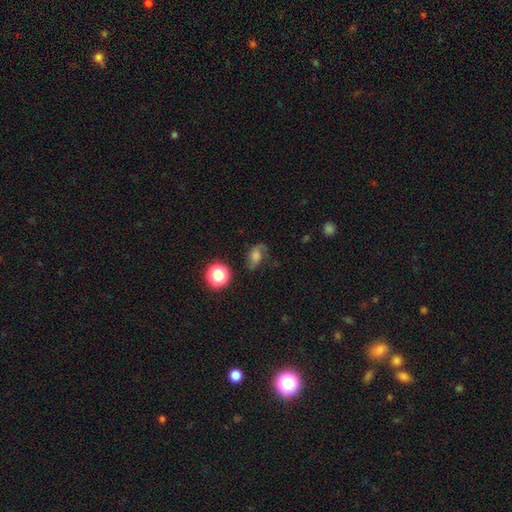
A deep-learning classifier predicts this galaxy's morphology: A smooth galaxy with no disk features (41%, tied with featured or disk).

Vote fractions:
- Smooth or featured? smooth: 41% (tied) / featured or disk: 41% (tied) / star or artifact: 18%
- Merging? none: 53% / minor disturbance: 25% / major disturbance: 20% / merger: 3%